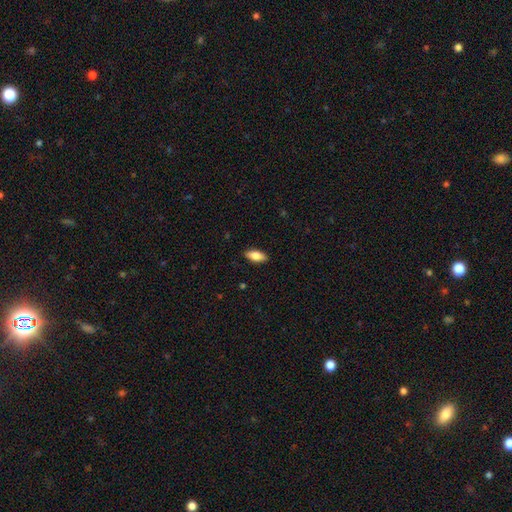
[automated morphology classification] Smooth or featured? smooth (80%)
How rounded? in between (85%)
Merging? none (88%)